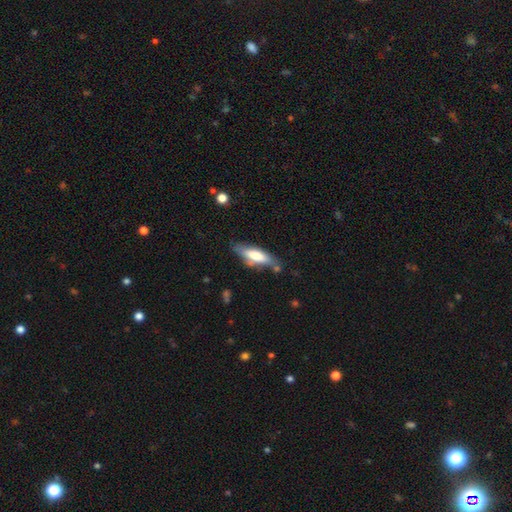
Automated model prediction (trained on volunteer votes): Smooth or featured? smooth (61%)
How rounded? cigar-shaped (55%)
Merging? none (67%)